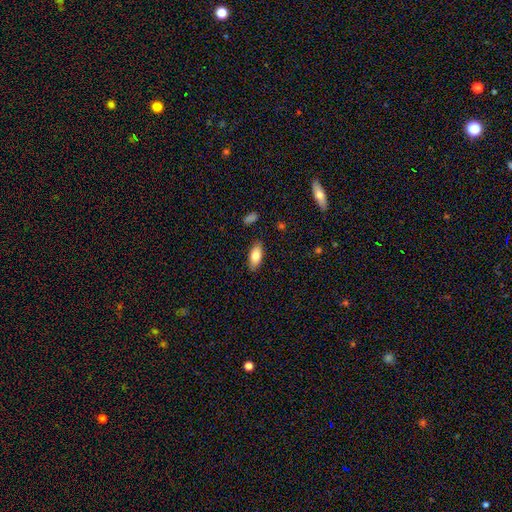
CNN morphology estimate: Smooth or featured?
  - smooth: 78% *
  - featured or disk: 15%
  - star or artifact: 7%
How rounded?
  - in between: 83% *
  - cigar-shaped: 14%
  - round: 3%
Merging?
  - none: 86% *
  - minor disturbance: 11%
  - major disturbance: 2%
  - merger: 1%